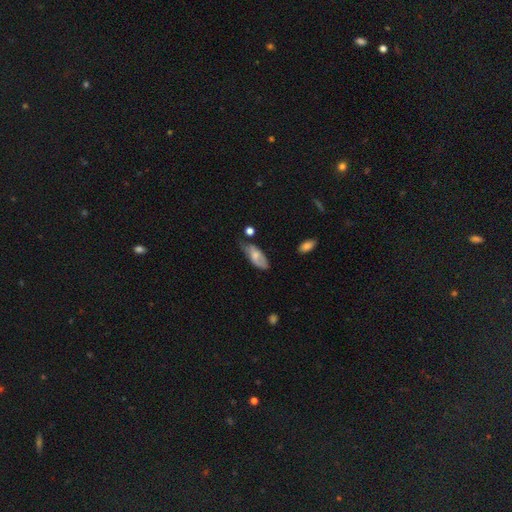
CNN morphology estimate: Overall: smooth (66%; featured or disk 28%). How rounded: in between (86%). Merging: minor disturbance (42%; none 40%).